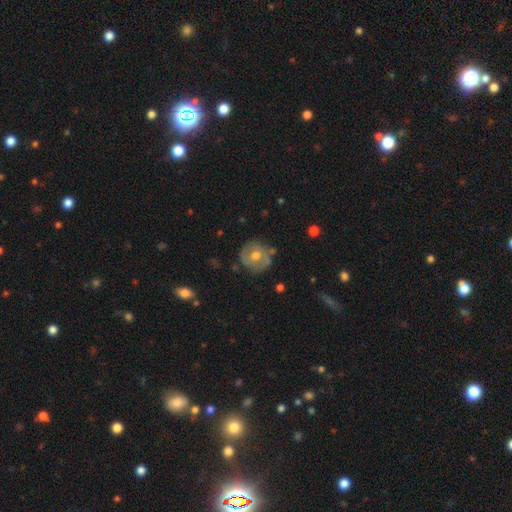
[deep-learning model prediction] Q: Smooth or featured?
A: featured or disk (46%); runner-up: smooth (45%)
Q: Merging?
A: none (77%); runner-up: minor disturbance (16%)